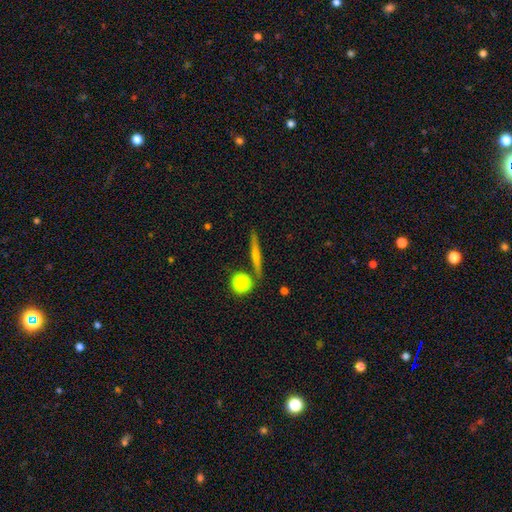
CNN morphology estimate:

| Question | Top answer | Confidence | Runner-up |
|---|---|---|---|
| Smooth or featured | smooth | 54% | featured or disk (38%) |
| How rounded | cigar-shaped | 83% | round (10%) |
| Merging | none | 85% | minor disturbance (8%) |